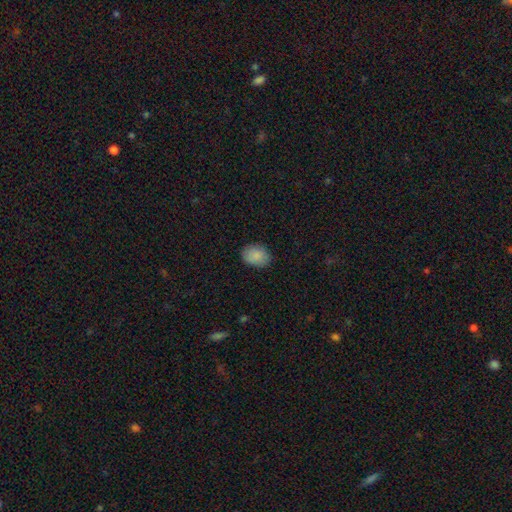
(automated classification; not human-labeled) Morphology: type=smooth (88%); roundness=in between (68%); merging=none (85%).